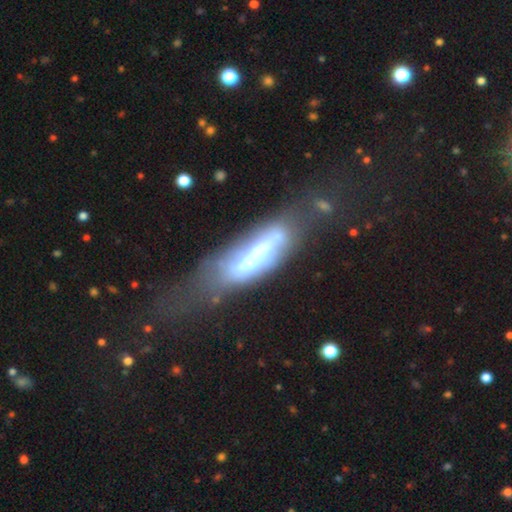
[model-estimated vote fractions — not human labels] Smooth or featured? Predicted: featured or disk (p=0.59). Edge-on disk? Predicted: no (p=0.63). Merging? Predicted: major disturbance (p=0.35).